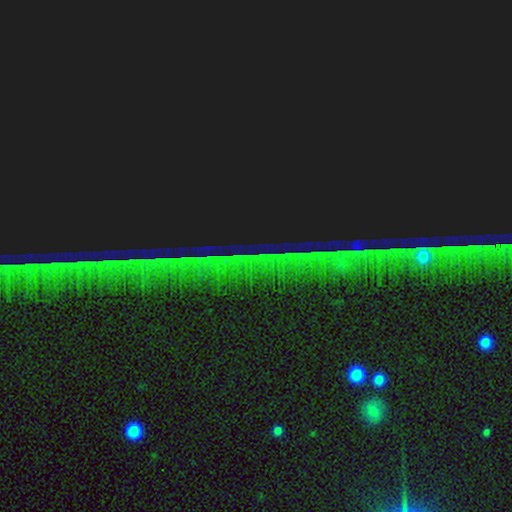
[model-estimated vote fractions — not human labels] This appears to be a star or artifact, not a galaxy (83%).